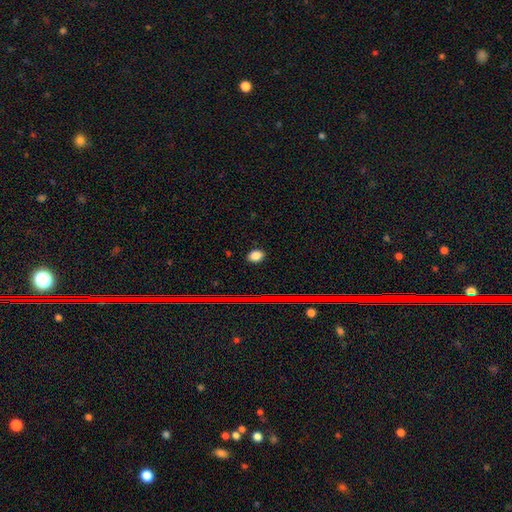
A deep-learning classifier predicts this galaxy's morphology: smooth-or-featured: smooth: 82% | star or artifact: 12% | featured or disk: 6%
  how-rounded: in between: 50% | round: 48% | cigar-shaped: 2%
  merging: none: 88% | minor disturbance: 8% | major disturbance: 2% | merger: 1%